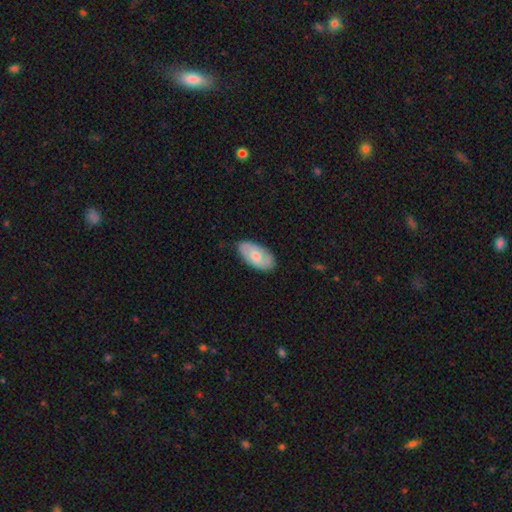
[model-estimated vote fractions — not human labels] Morphology: type=smooth (59%); roundness=in between (94%); merging=none (78%).